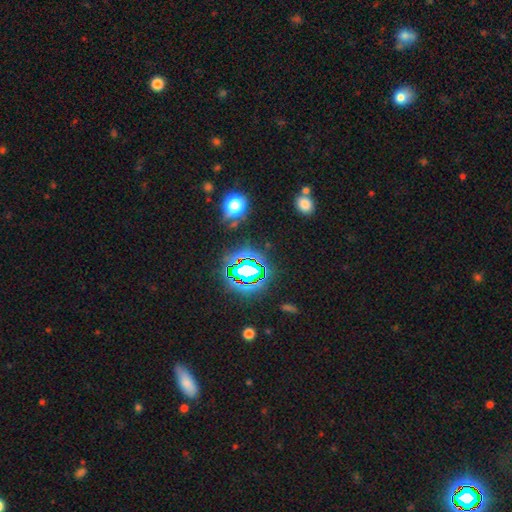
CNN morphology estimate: Overall: star or artifact (76%).